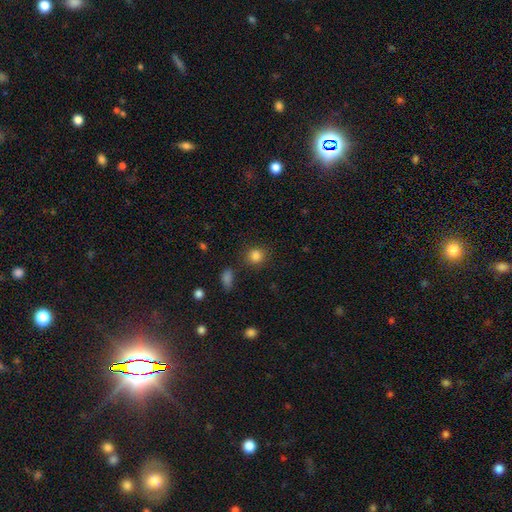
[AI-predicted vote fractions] smooth-or-featured: smooth: 84% | star or artifact: 12% | featured or disk: 4%
  how-rounded: round: 83% | in between: 16% | cigar-shaped: 1%
  merging: none: 82% | minor disturbance: 10% | major disturbance: 4% | merger: 4%